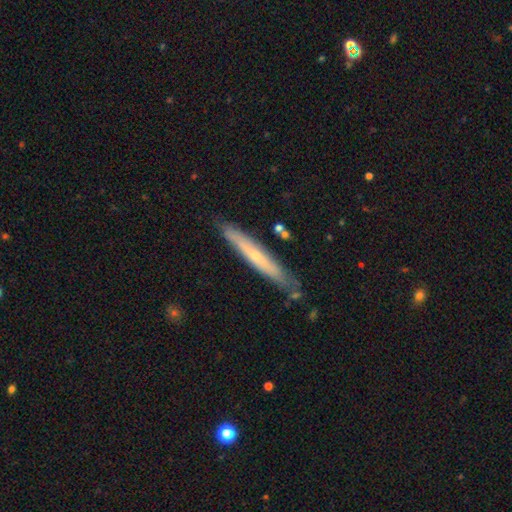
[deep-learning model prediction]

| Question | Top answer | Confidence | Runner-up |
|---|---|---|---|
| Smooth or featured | featured or disk | 53% | smooth (41%) |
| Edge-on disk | yes | 86% | no (14%) |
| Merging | none | 80% | minor disturbance (15%) |